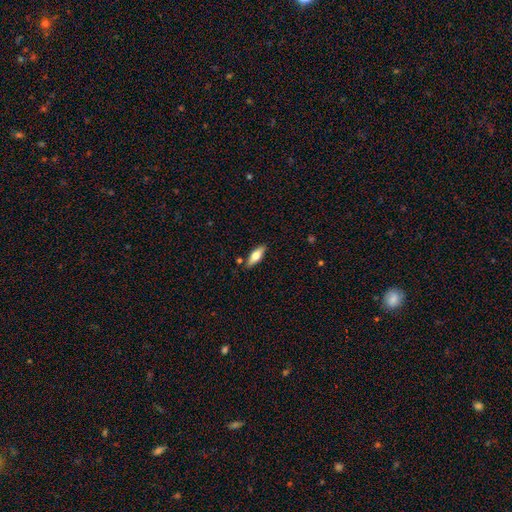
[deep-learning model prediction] smooth_or_featured: smooth (p=0.61) [alt: featured or disk p=0.33]
how_rounded: in between (p=0.61) [alt: cigar-shaped p=0.37]
merging: none (p=0.85) [alt: minor disturbance p=0.10]